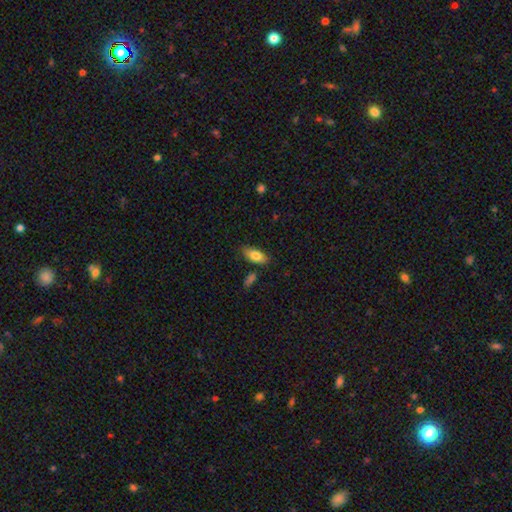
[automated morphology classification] type=smooth (80%); roundness=in between (87%); merging=none (75%).